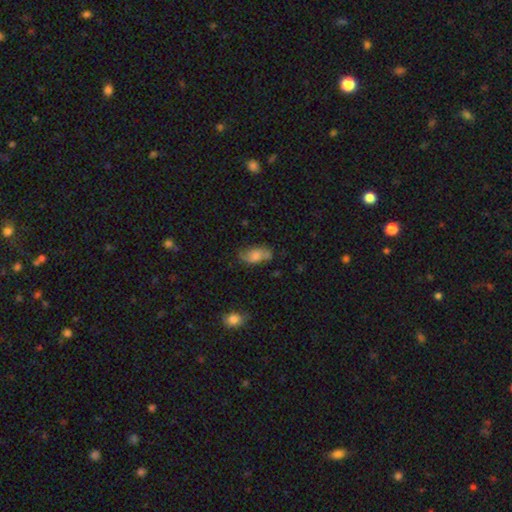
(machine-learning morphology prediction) type=smooth (64%); roundness=in between (86%); merging=none (61%).